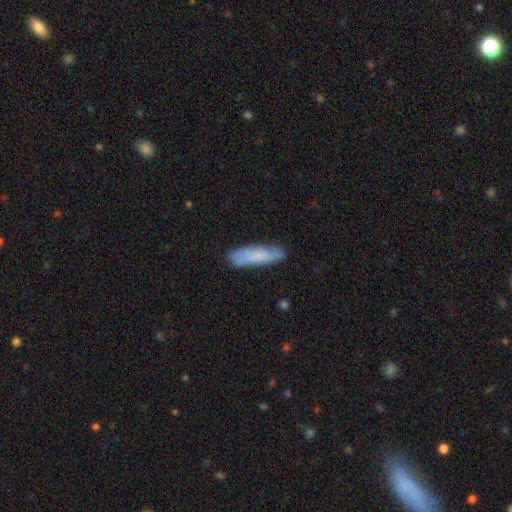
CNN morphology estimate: smooth 78%, featured or disk 17%, star or artifact 6%. Down the decision tree: how rounded — cigar-shaped (73%); merging — none (81%).